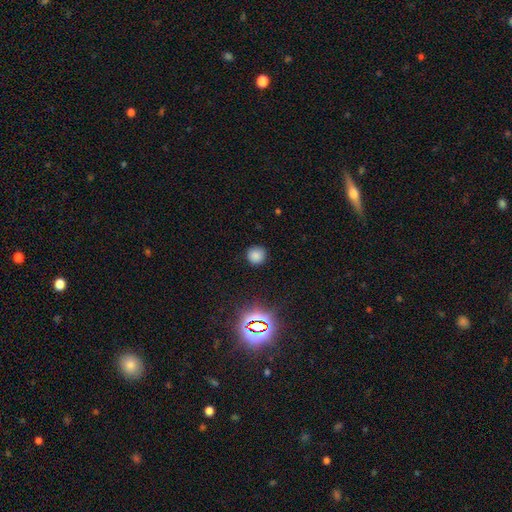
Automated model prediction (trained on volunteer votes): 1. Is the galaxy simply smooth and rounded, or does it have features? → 78% smooth, 17% star or artifact, 5% featured or disk.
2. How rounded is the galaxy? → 93% round, 6% in between, 1% cigar-shaped.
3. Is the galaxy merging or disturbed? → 87% none, 9% minor disturbance, 3% major disturbance, 1% merger.